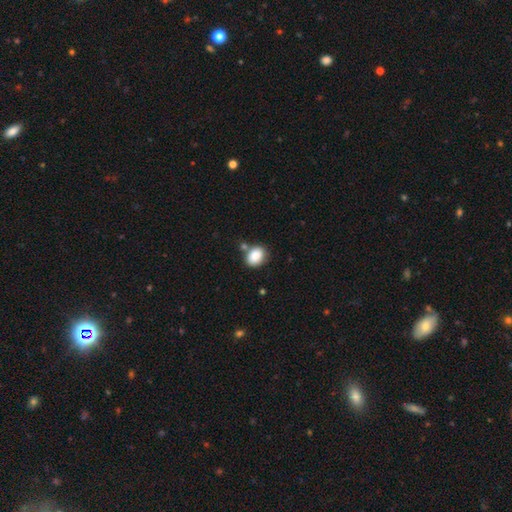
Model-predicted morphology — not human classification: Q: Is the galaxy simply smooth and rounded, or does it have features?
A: smooth — 87%.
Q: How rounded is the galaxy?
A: in between — 63%.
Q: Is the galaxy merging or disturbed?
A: none — 68%.